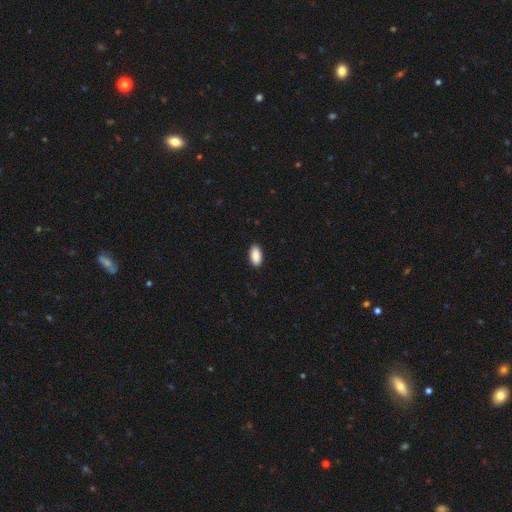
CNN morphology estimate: A smooth galaxy with no disk features (91%) that is in between round and cigar-shaped (94%).

Vote fractions:
- Smooth or featured? smooth: 91% / star or artifact: 7% / featured or disk: 3%
- How rounded? in between: 94% / round: 3% / cigar-shaped: 2%
- Merging? none: 90% / minor disturbance: 8% / major disturbance: 2% / merger: 1%